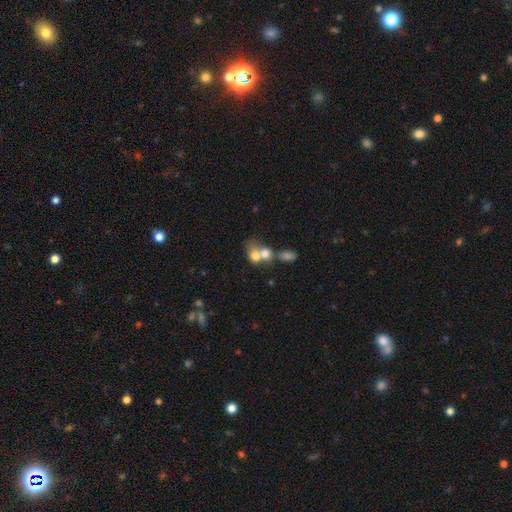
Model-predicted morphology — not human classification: This is likely a smooth galaxy (69%). How rounded: possibly round (51%). Merging: likely merger (68%).